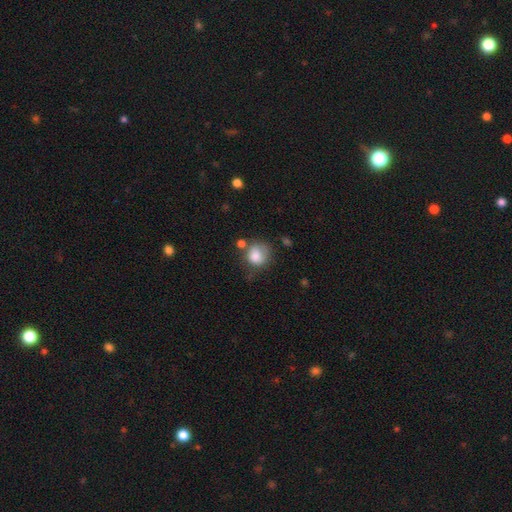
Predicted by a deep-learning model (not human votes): Smooth or featured: smooth — 79% (featured or disk — 12%)
How rounded: round — 73% (in between — 26%)
Merging: none — 44% (minor disturbance — 28%)